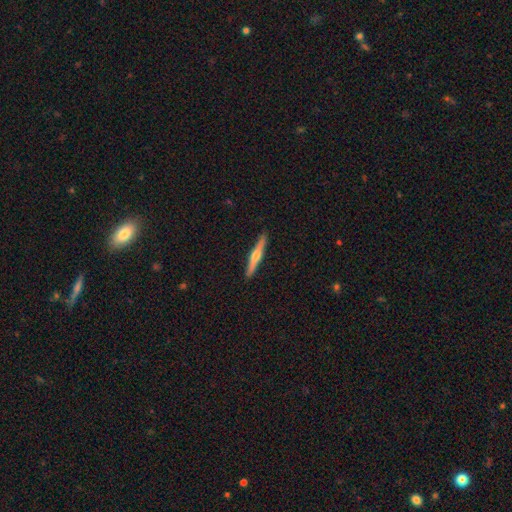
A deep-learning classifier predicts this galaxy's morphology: type=featured or disk (62%); edge-on=yes (98%); edge-on bulge=rounded (88%); merging=none (91%).